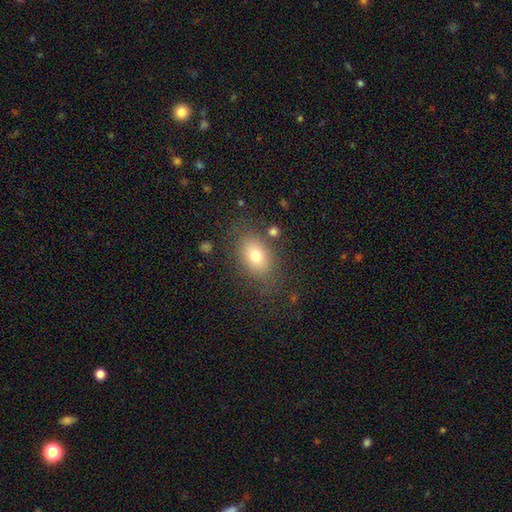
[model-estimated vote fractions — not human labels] Smooth or featured? smooth (75%)
How rounded? in between (79%)
Merging? none (78%)